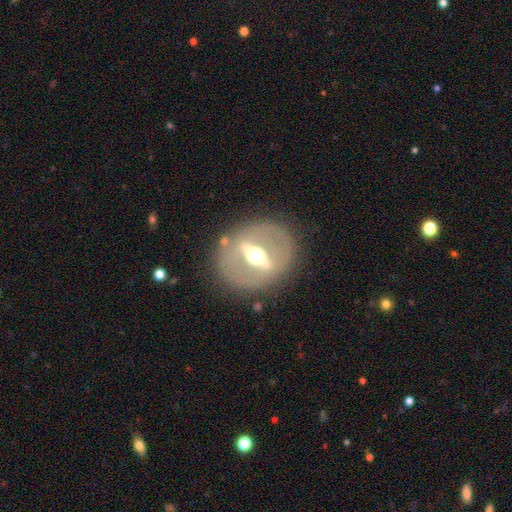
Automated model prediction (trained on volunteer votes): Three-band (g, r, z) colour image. It shows a featured or disk galaxy (79%). Merging: none (83%).